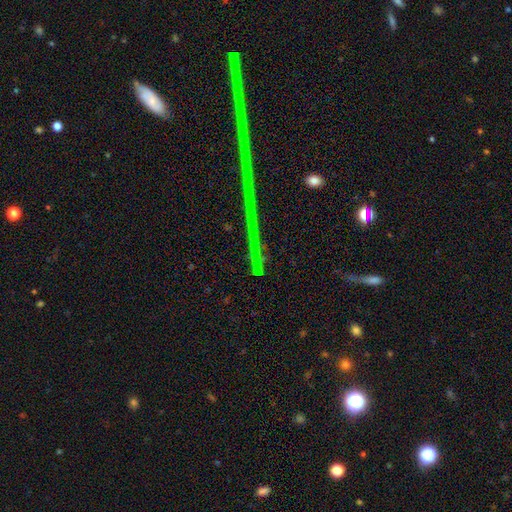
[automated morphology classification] Q: Smooth or featured?
A: star or artifact (80%); runner-up: featured or disk (12%)